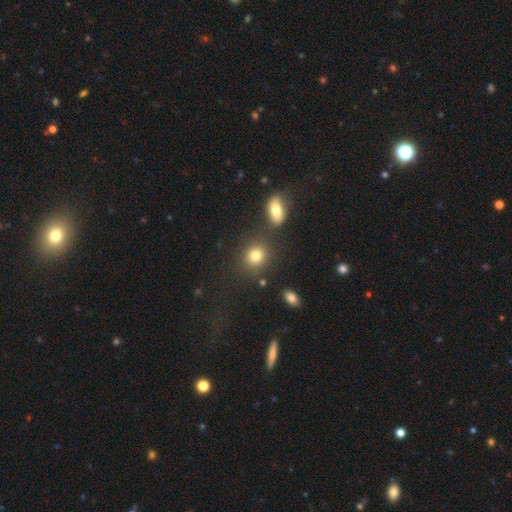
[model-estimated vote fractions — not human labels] A smooth galaxy with no disk features (81%) that is round (71%). Merging: none (73%).